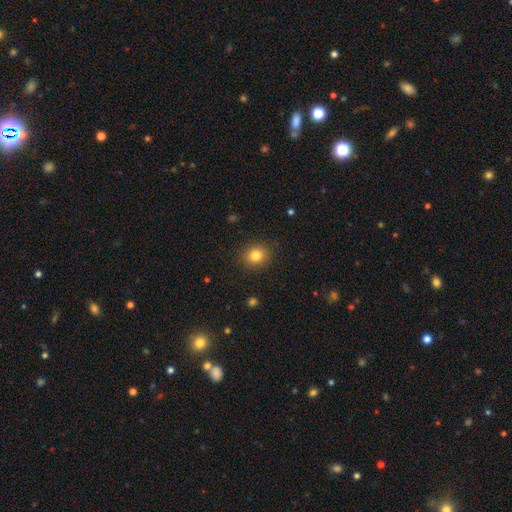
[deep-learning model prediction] The model was most divided on "how rounded": round: 78%, in between: 21%, cigar-shaped: 1%. More confident: merging — none (90%); smooth or featured — smooth (82%).